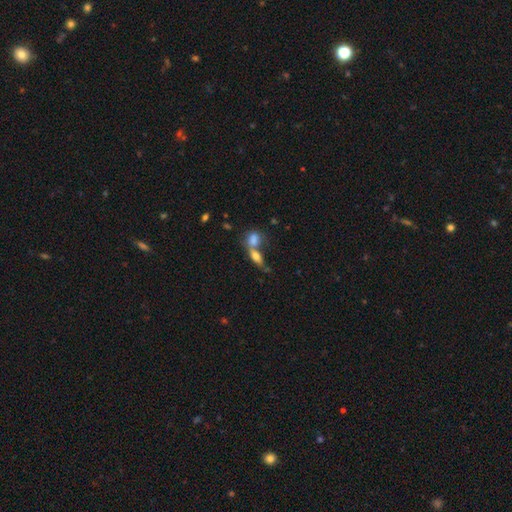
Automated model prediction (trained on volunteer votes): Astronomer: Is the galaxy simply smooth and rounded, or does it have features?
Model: smooth — 70%.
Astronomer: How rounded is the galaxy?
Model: in between — 72%.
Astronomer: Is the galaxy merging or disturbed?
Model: merger — 57%.